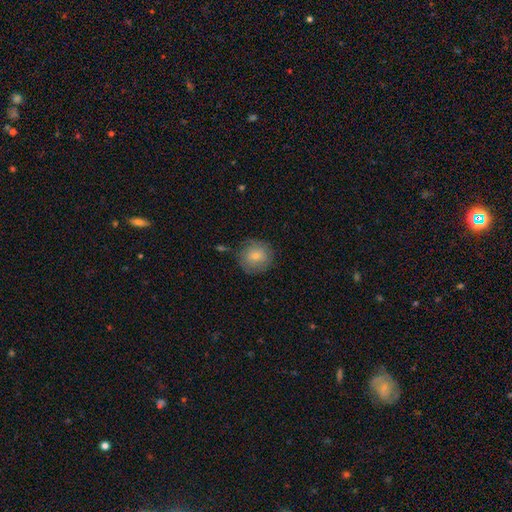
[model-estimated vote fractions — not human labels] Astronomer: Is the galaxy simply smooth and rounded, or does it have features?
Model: smooth — 73%.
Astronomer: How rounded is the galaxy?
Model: round — 91%.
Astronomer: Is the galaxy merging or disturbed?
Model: none — 76%.